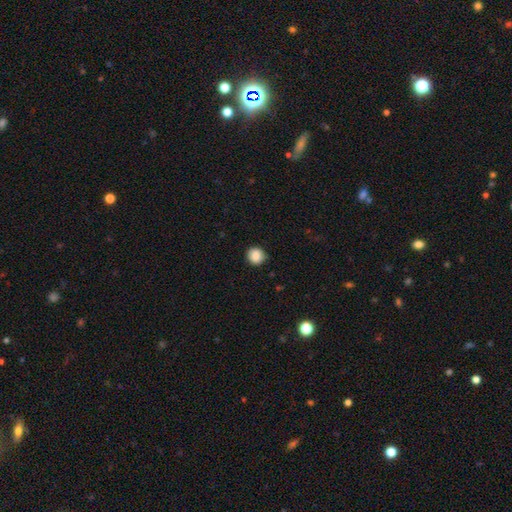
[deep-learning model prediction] smooth-or-featured: smooth: 84% | star or artifact: 9% | featured or disk: 7%
  how-rounded: round: 88% | in between: 11% | cigar-shaped: 1%
  merging: none: 84% | minor disturbance: 13% | major disturbance: 3% | merger: 1%